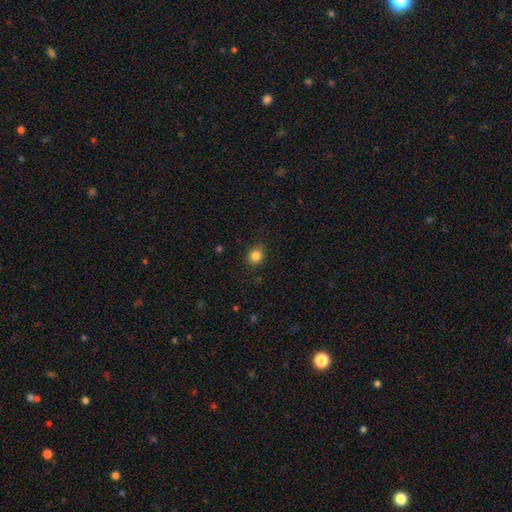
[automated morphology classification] Smooth or featured: smooth — 84% (star or artifact — 11%)
How rounded: round — 72% (in between — 27%)
Merging: none — 86% (minor disturbance — 10%)